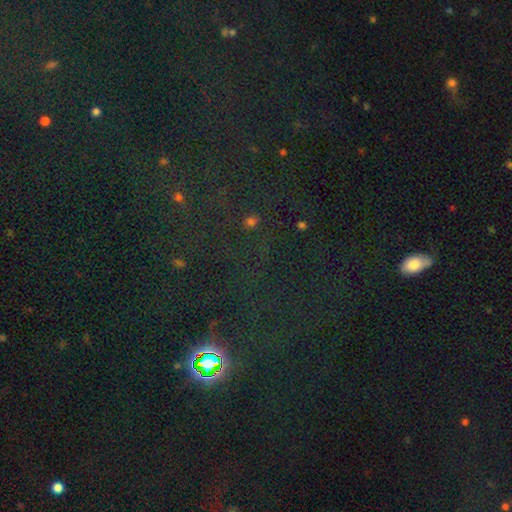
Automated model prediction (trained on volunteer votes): smooth-or-featured: star or artifact: 74% | smooth: 18% | featured or disk: 9%